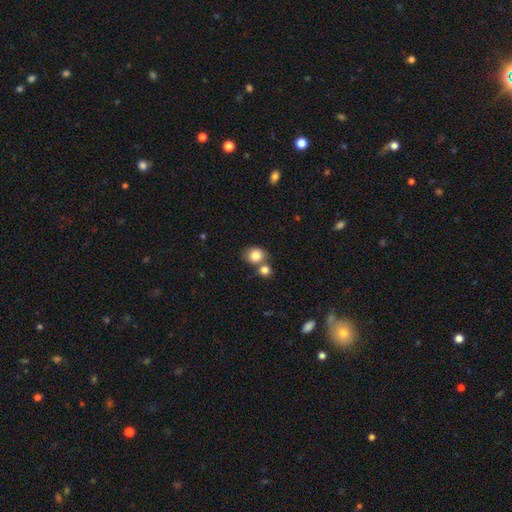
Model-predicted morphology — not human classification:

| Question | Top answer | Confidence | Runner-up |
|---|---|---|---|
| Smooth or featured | smooth | 83% | star or artifact (10%) |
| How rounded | round | 74% | in between (25%) |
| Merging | none | 54% | merger (34%) |